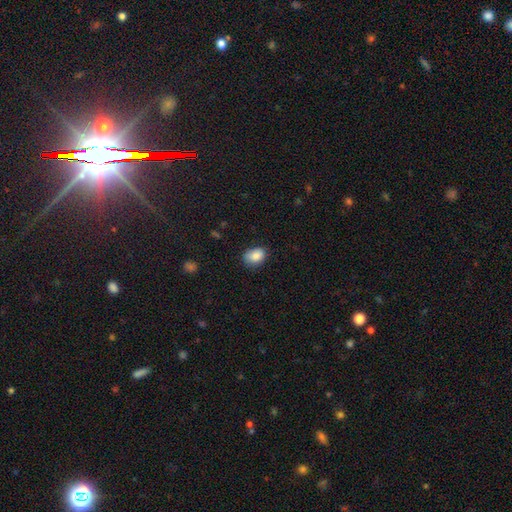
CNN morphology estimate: This appears to be a smooth galaxy with no disk features (86%) that is in between round and cigar-shaped (70%). Merging: none (73%).